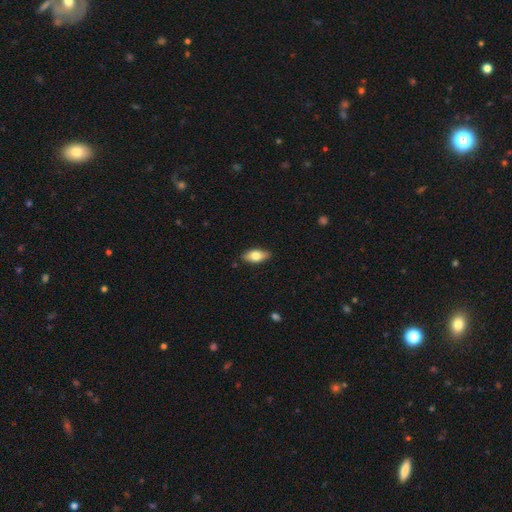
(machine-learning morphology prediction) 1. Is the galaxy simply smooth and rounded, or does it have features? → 72% smooth, 21% featured or disk, 6% star or artifact.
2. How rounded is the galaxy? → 86% in between, 11% cigar-shaped, 4% round.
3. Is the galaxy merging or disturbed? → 88% none, 10% minor disturbance, 2% major disturbance, 1% merger.